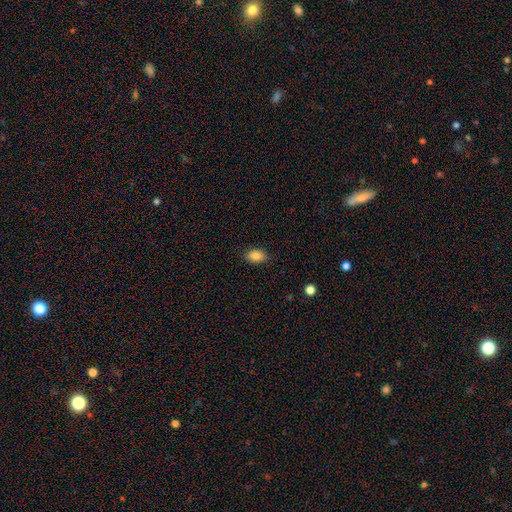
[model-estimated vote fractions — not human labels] This is clearly a smooth galaxy (86%). How rounded: clearly in between (86%). Merging: clearly none (87%).